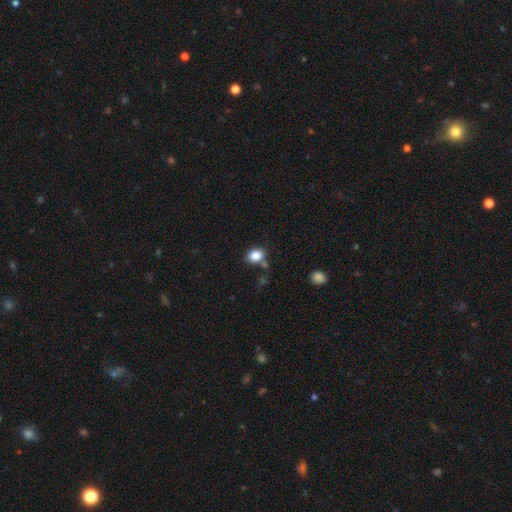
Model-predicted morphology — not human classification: smooth_or_featured: smooth (p=0.84) [alt: star or artifact p=0.09]
how_rounded: in between (p=0.67) [alt: round p=0.32]
merging: none (p=0.69) [alt: minor disturbance p=0.15]